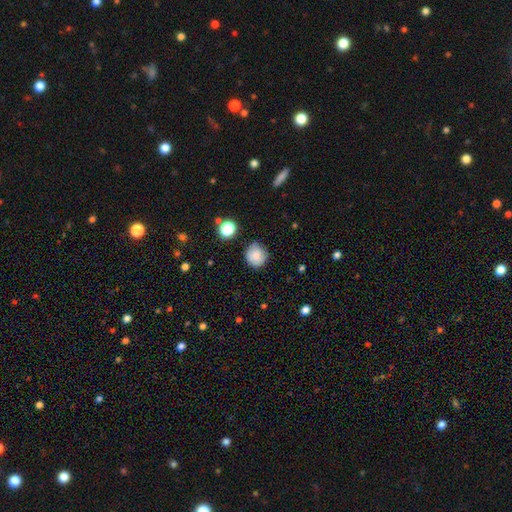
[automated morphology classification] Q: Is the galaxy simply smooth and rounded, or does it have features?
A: smooth — 80%.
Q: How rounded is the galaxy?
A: round — 90%.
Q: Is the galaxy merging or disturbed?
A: none — 77%.